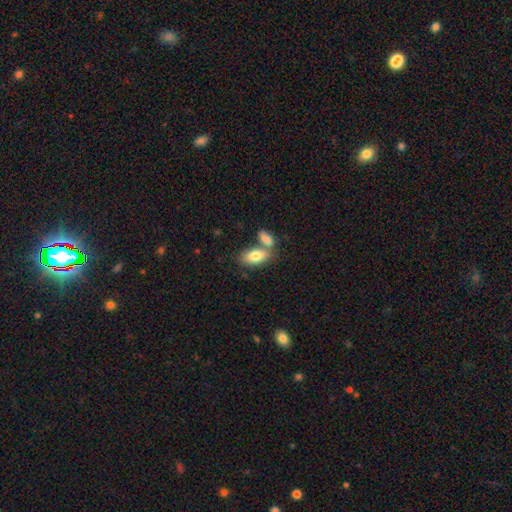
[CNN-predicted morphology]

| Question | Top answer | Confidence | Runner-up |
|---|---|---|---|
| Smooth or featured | smooth | 79% | featured or disk (15%) |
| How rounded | in between | 89% | cigar-shaped (7%) |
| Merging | none | 46% | merger (40%) |